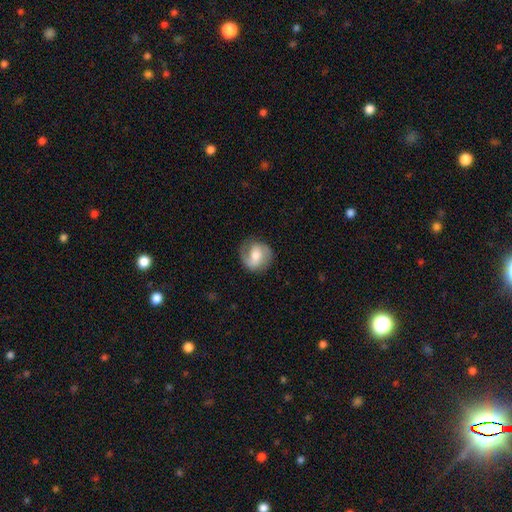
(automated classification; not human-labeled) The model was most divided on "bar": weak: 43%, no: 31%, strong: 25%. More confident: edge-on disk — no (97%); spiral arms — yes (85%); merging — none (79%); smooth or featured — featured or disk (59%); bulge size — moderate (58%).